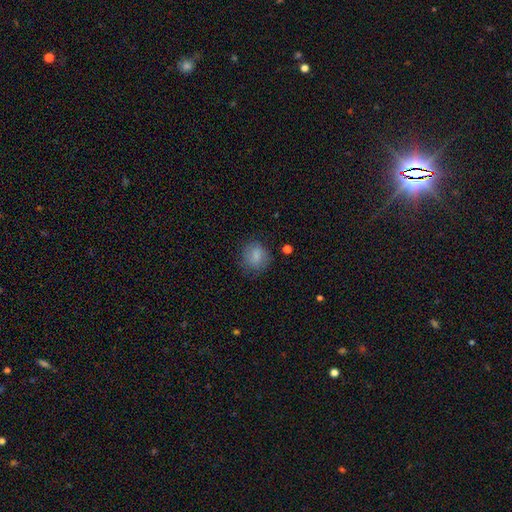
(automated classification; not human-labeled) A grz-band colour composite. It shows a smooth galaxy with no disk features (79%) that is round (74%). Merging: none (73%).